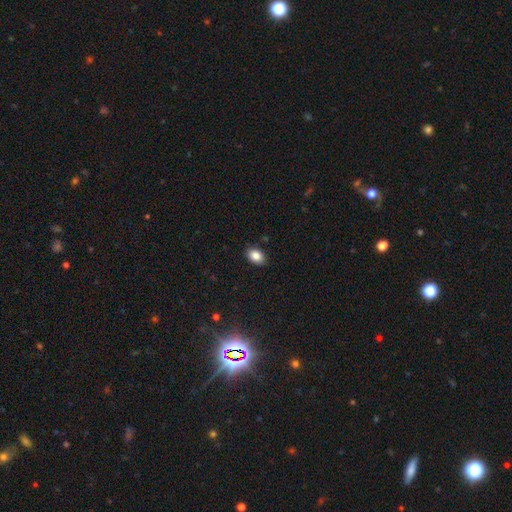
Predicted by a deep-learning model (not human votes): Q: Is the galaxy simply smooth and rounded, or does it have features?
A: smooth — 86%.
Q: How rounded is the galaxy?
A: in between — 81%.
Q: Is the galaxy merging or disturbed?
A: none — 87%.